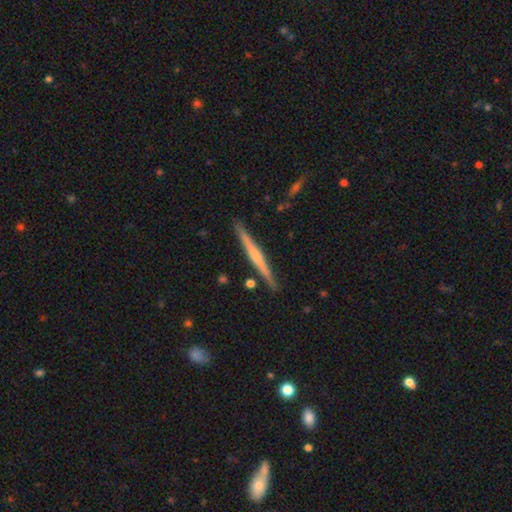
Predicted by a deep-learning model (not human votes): Morphology: type=featured or disk (62%); edge-on=yes (98%); edge-on bulge=rounded (44%); merging=none (89%).